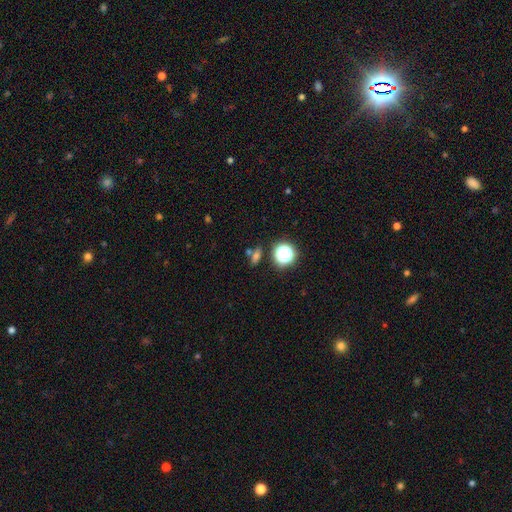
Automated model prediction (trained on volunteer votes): Smooth or featured? Predicted: smooth (p=0.63). How rounded? Predicted: in between (p=0.54). Merging? Predicted: none (p=0.68).